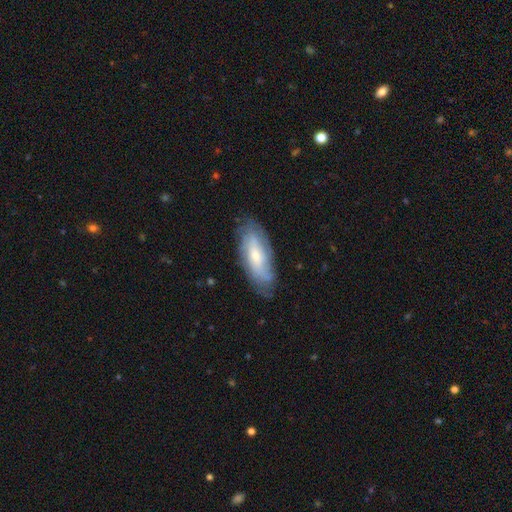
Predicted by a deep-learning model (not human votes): A featured or disk galaxy (61%) with no bar (59%), spiral arms (80%) and a small central bulge (52%).

Vote fractions:
- Smooth or featured? featured or disk: 61% / smooth: 32% / star or artifact: 7%
- Edge-on disk? no: 83% / yes: 17%
- Bar? no: 59% / weak: 32% / strong: 9%
- Spiral arms? yes: 80% / no: 20%
- Bulge size? small: 52% / moderate: 42% / large: 3% / none: 2% / dominant: 1%
- Merging? none: 76% / minor disturbance: 18% / major disturbance: 5% / merger: 1%